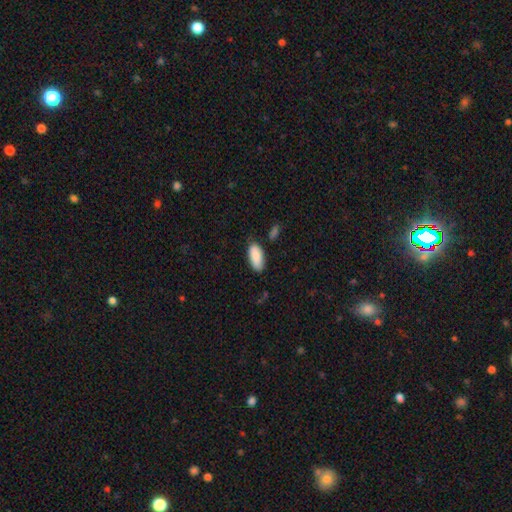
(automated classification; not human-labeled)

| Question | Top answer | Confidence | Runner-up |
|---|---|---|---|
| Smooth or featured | smooth | 88% | star or artifact (6%) |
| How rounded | in between | 90% | cigar-shaped (8%) |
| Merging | none | 76% | minor disturbance (18%) |